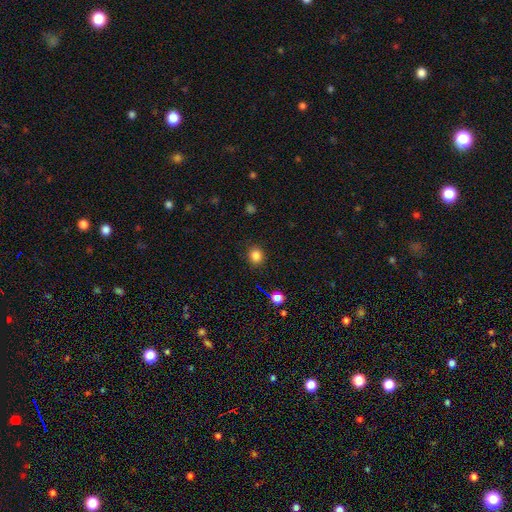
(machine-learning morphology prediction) This appears to be a smooth galaxy with no disk features (83%) that is round (79%). Merging: none (89%).